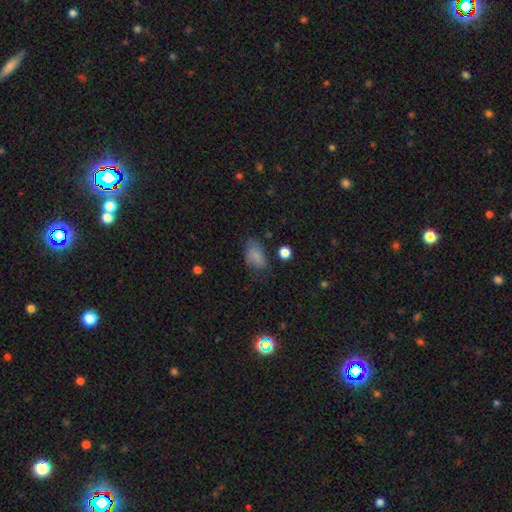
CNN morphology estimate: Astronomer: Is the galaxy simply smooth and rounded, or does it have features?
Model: smooth — 78%.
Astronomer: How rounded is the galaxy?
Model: in between — 90%.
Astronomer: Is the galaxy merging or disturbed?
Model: none — 57%.